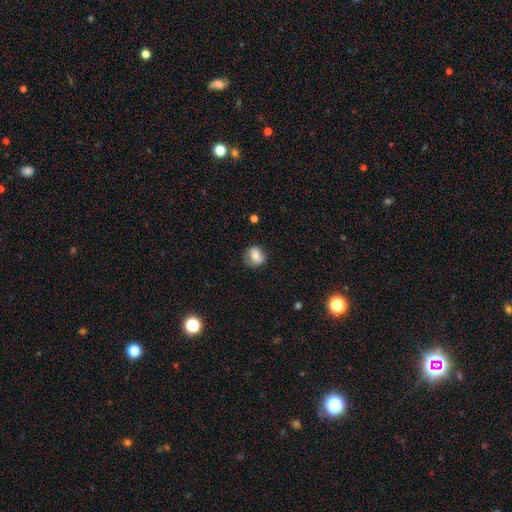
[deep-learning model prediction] The model was most divided on "how rounded": round: 74%, in between: 25%, cigar-shaped: 1%. More confident: merging — none (74%); smooth or featured — smooth (73%).